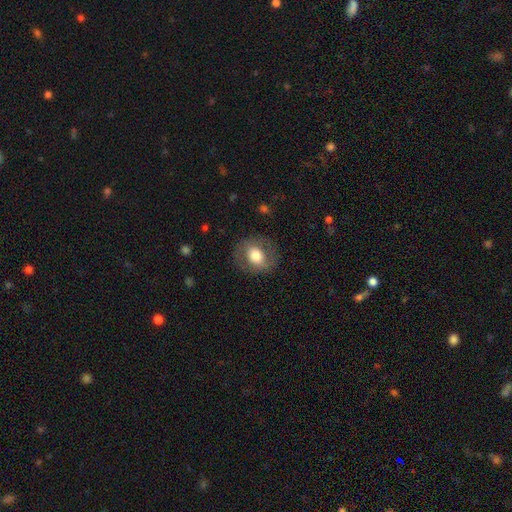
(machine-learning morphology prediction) Smooth or featured: smooth — 64% (featured or disk — 28%)
How rounded: round — 66% (in between — 33%)
Merging: none — 80% (minor disturbance — 12%)